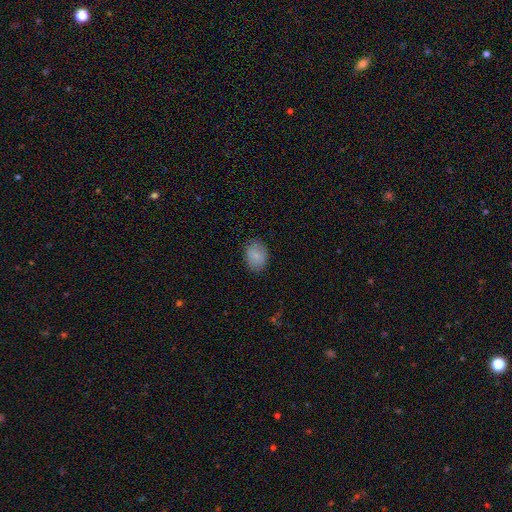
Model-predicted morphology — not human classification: This is clearly a smooth galaxy (84%). How rounded: likely in between (69%). Merging: clearly none (83%).